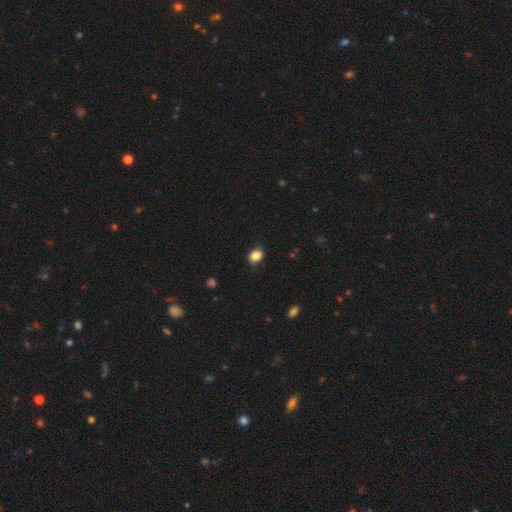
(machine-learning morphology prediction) The model was most divided on "how rounded": in between: 50%, round: 49%, cigar-shaped: 1%. More confident: smooth or featured — smooth (85%); merging — none (82%).